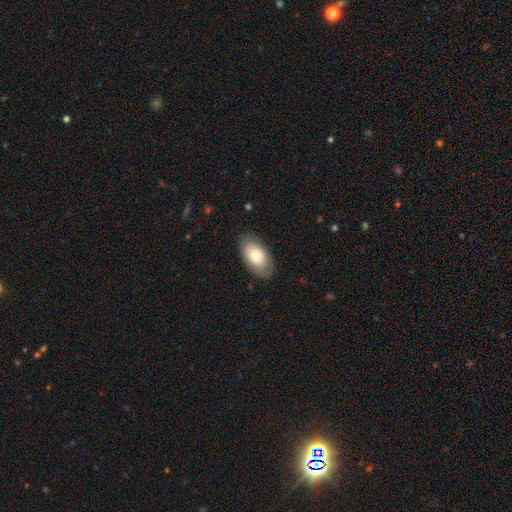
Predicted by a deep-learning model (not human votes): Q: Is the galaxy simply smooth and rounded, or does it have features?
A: smooth — 66%.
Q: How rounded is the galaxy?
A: in between — 94%.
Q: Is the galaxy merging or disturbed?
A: none — 80%.